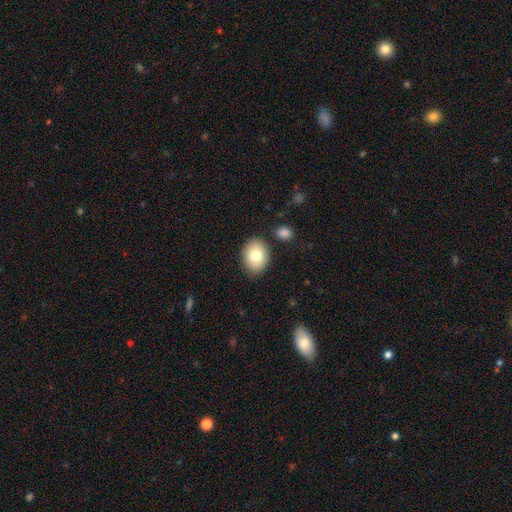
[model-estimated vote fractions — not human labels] Smooth or featured? Predicted: smooth (p=0.78). How rounded? Predicted: in between (p=0.58). Merging? Predicted: none (p=0.83).